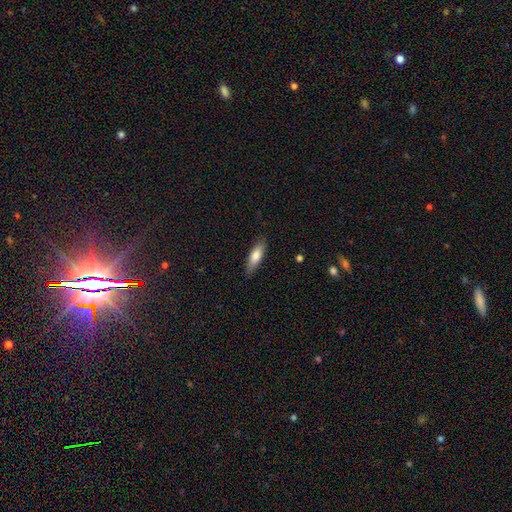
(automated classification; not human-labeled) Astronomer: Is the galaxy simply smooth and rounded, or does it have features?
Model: smooth — 74%.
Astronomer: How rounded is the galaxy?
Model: cigar-shaped — 53% (runner-up: in between, 45%).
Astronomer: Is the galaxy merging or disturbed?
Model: none — 85%.